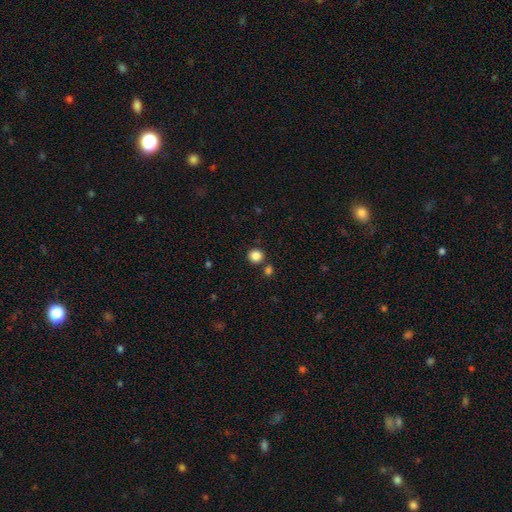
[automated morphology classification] This is clearly a smooth galaxy (85%). How rounded: clearly round (88%). Merging: clearly none (81%).